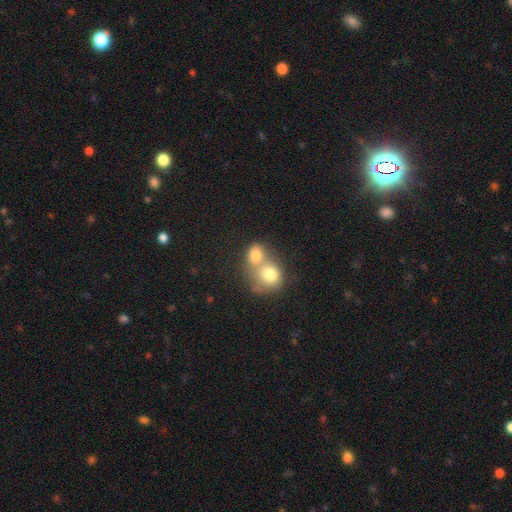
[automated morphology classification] smooth-or-featured: smooth: 77% | featured or disk: 14% | star or artifact: 10%
  how-rounded: round: 58% | in between: 41% | cigar-shaped: 1%
  merging: merger: 67% | none: 23% | minor disturbance: 7% | major disturbance: 4%